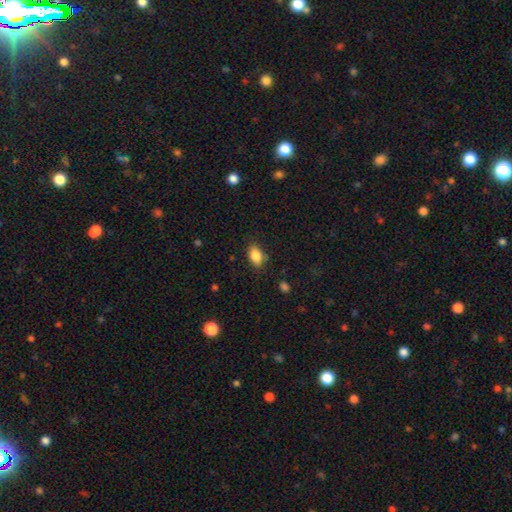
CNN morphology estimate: Smooth or featured? smooth (86%)
How rounded? in between (86%)
Merging? none (79%)